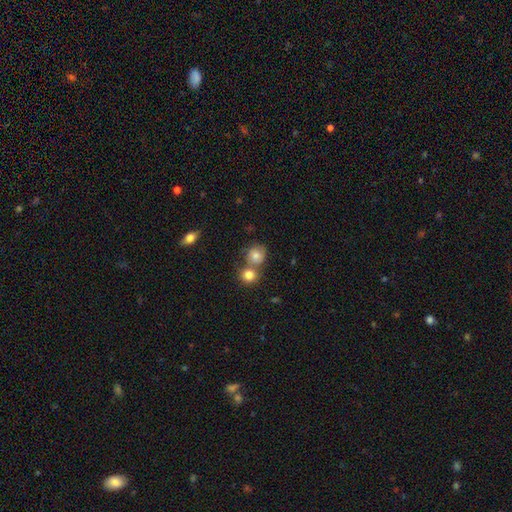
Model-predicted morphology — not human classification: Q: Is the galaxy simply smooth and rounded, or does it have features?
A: smooth — 73%.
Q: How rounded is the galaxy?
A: round — 78%.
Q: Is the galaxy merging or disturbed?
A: none — 47%.